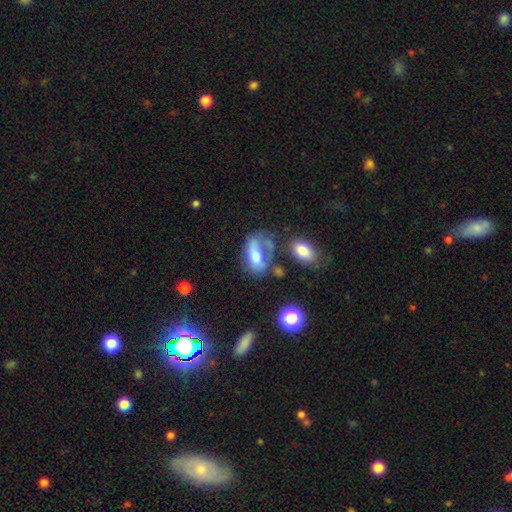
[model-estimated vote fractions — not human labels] Smooth or featured? smooth (51%)
How rounded? in between (85%)
Merging? none (30%)